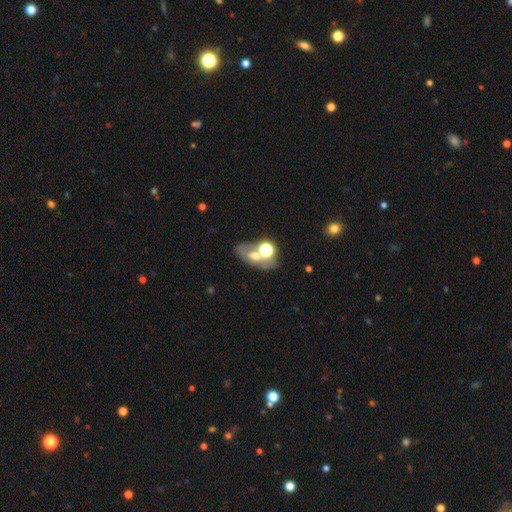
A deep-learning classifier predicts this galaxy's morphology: Smooth or featured?
  - smooth: 44% *
  - featured or disk: 38%
  - star or artifact: 18%
Merging?
  - none: 48% *
  - merger: 30%
  - minor disturbance: 13%
  - major disturbance: 9%